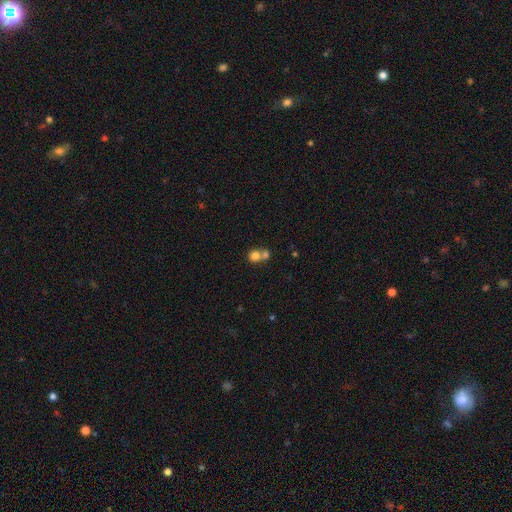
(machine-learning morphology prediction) smooth 77%, featured or disk 12%, star or artifact 11%. Down the decision tree: how rounded — round (75%); merging — merger (59%).